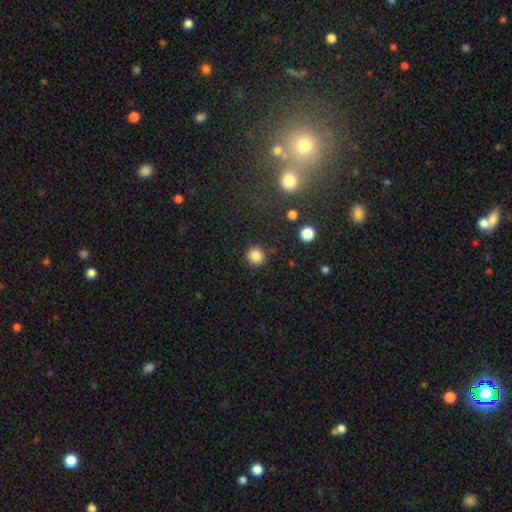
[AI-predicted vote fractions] A smooth galaxy with no disk features (85%) that is round (91%).

Vote fractions:
- Smooth or featured? smooth: 85% / star or artifact: 11% / featured or disk: 4%
- How rounded? round: 91% / in between: 8% / cigar-shaped: 1%
- Merging? none: 87% / minor disturbance: 8% / major disturbance: 3% / merger: 3%